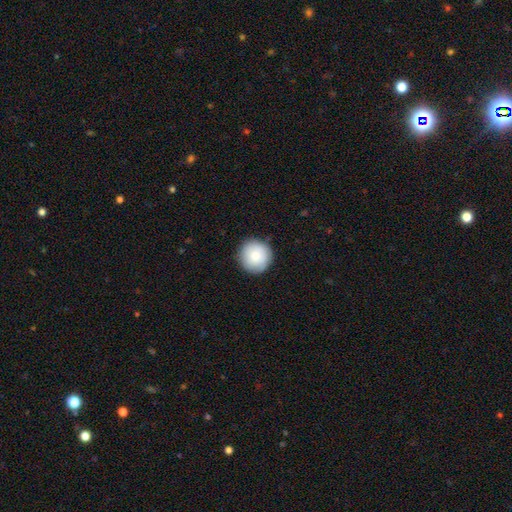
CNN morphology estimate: Overall: smooth (80%). How rounded: round (95%). Merging: none (89%).